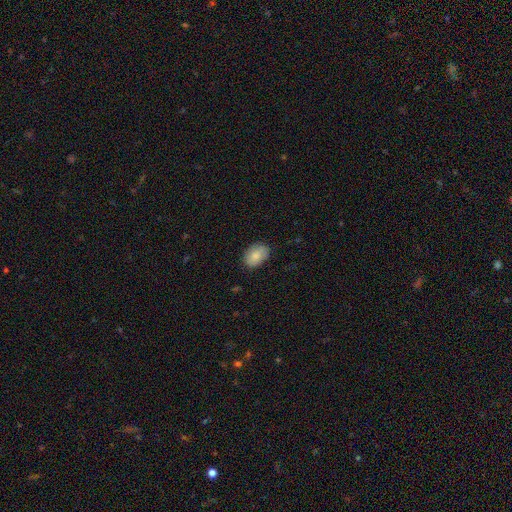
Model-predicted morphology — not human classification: type=smooth (82%); roundness=in between (81%); merging=none (78%).